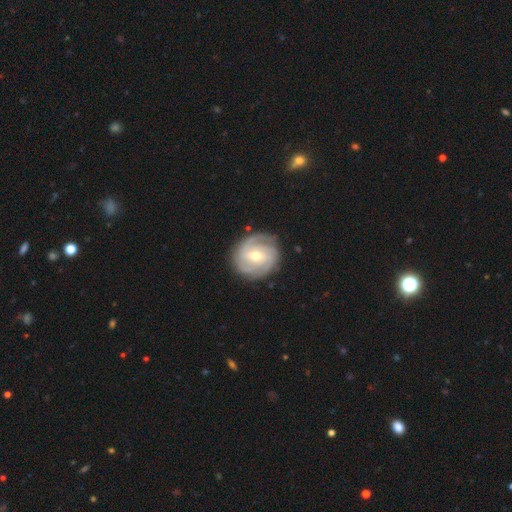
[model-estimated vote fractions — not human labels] smooth_or_featured: featured or disk (p=0.84) [alt: smooth p=0.11]
disk_edge_on: no (p=0.98) [alt: yes p=0.02]
bar: weak (p=0.45) [alt: no p=0.43]
has_spiral_arms: yes (p=0.96) [alt: no p=0.04]
spiral_winding: tight (p=0.66) [alt: medium p=0.28]
spiral_arm_count: 3 (p=0.33) [alt: 2 p=0.24]
bulge_size: moderate (p=0.62) [alt: small p=0.34]
merging: none (p=0.83) [alt: minor disturbance p=0.12]